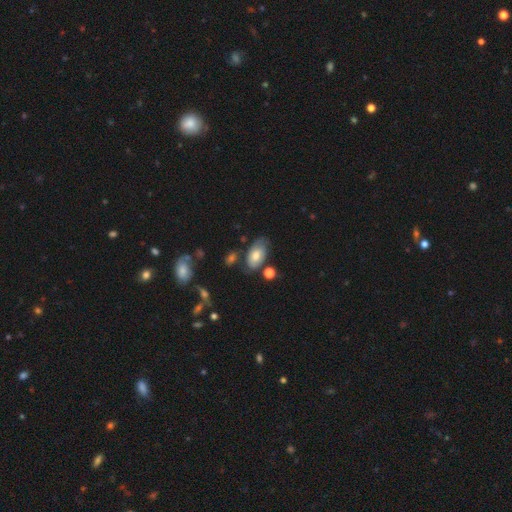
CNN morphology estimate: This is possibly a smooth galaxy (60%). How rounded: clearly in between (92%). Merging: likely none (61%).